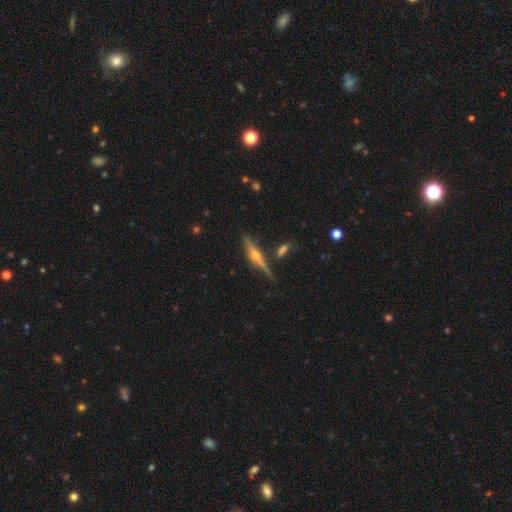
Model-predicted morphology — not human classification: This is likely a featured or disk galaxy (80%). It is clearly viewed edge-on (97%). Edge-on bulge: clearly rounded (94%). Merging: likely none (80%).